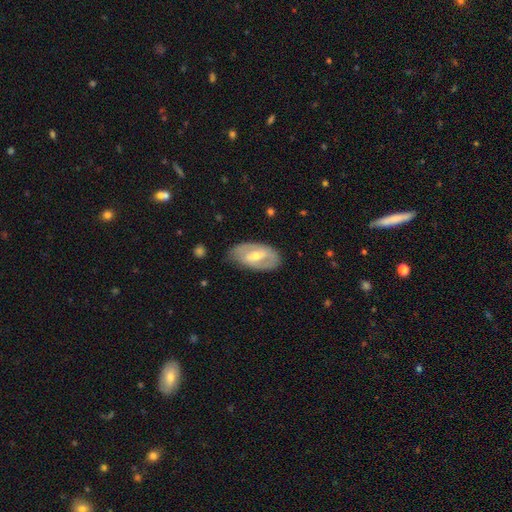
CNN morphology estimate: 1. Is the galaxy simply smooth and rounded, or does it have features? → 64% featured or disk, 31% smooth, 6% star or artifact.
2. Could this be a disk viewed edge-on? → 90% no, 10% yes.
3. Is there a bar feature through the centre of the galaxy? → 44% strong, 39% weak, 17% no.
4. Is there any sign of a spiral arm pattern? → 51% yes, 49% no.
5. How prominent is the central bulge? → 58% moderate, 37% small, 3% large, 1% none, 1% dominant.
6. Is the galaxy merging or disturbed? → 74% none, 19% minor disturbance, 5% major disturbance, 1% merger.